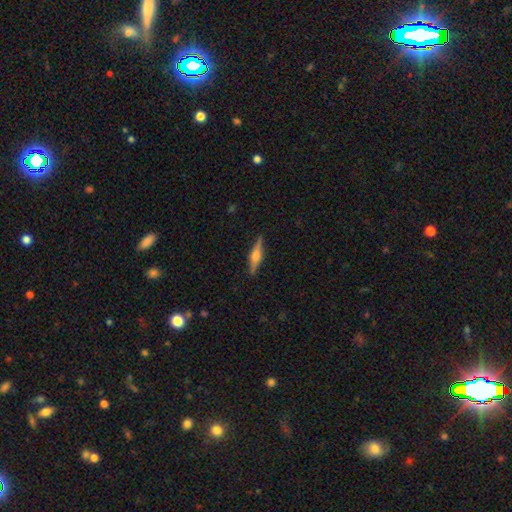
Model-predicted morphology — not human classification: Smooth or featured: featured or disk — 75% (smooth — 19%)
Edge-on disk: yes — 98% (no — 2%)
Edge-on bulge: rounded — 90% (boxy — 8%)
Merging: none — 90% (minor disturbance — 7%)